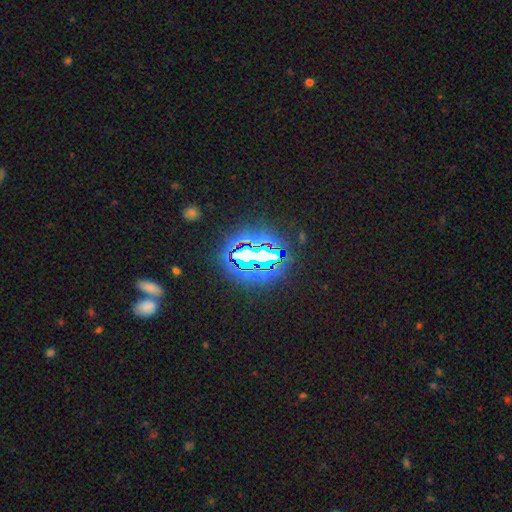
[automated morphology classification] smooth-or-featured: star or artifact: 80% | smooth: 12% | featured or disk: 8%